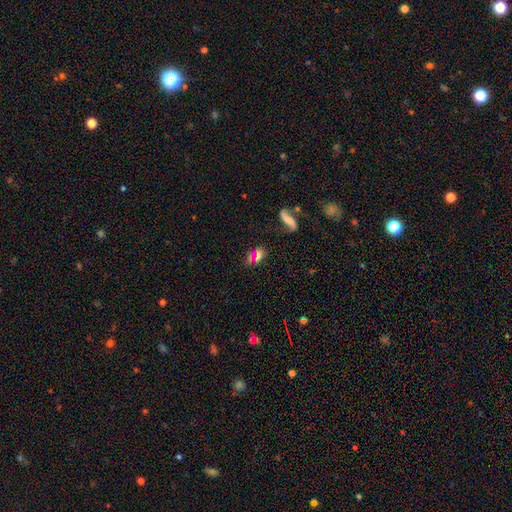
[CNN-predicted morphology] Smooth or featured? smooth (58%)
How rounded? in between (75%)
Merging? none (56%)